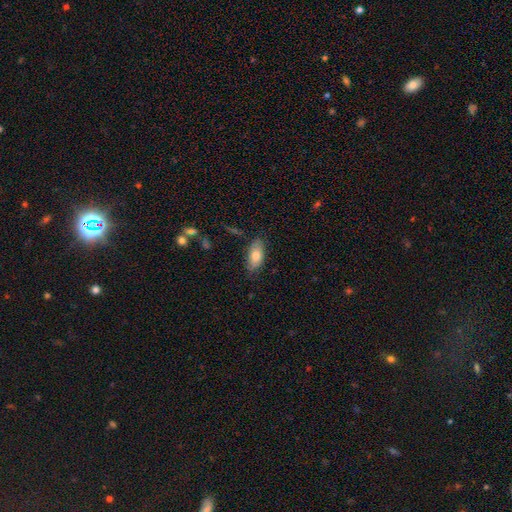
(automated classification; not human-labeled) Q: Smooth or featured?
A: smooth (77%); runner-up: featured or disk (16%)
Q: How rounded?
A: in between (89%); runner-up: cigar-shaped (8%)
Q: Merging?
A: none (81%); runner-up: minor disturbance (15%)